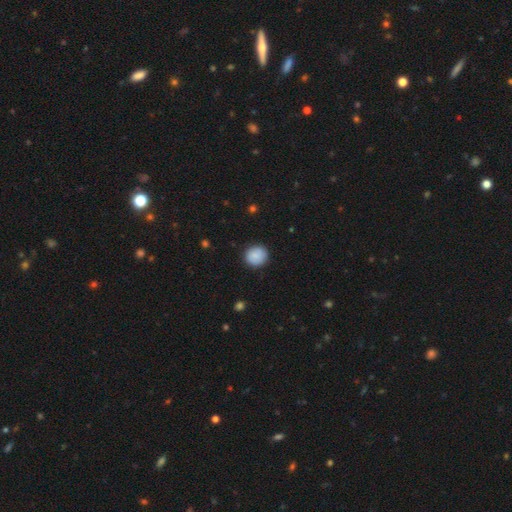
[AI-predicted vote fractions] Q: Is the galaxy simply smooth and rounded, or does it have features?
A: smooth — 88%.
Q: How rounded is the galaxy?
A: round — 89%.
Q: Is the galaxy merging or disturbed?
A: none — 88%.